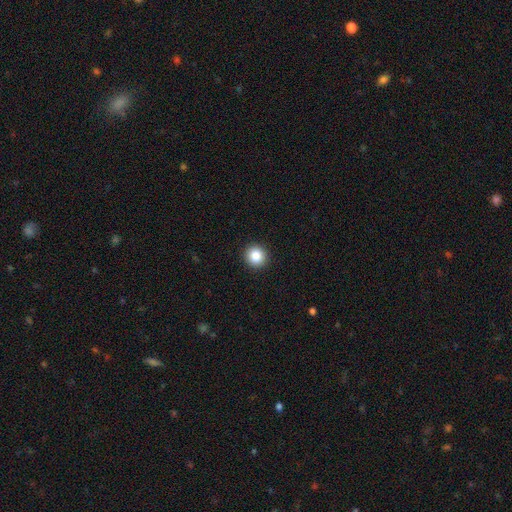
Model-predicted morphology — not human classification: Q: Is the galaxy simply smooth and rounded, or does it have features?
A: smooth — 86%.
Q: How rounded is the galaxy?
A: round — 92%.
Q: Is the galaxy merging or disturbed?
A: none — 93%.